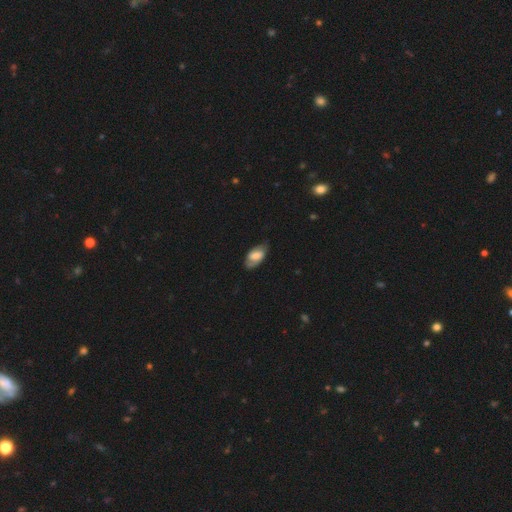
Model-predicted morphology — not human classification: This is possibly a smooth galaxy (52%). How rounded: clearly in between (92%). Merging: likely none (71%).